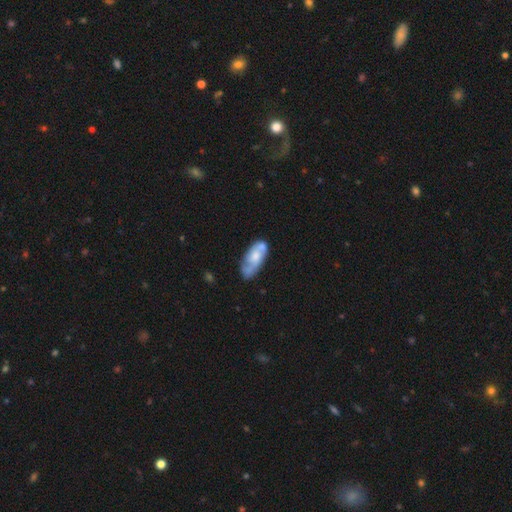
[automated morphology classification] Smooth or featured?
  - featured or disk: 57% *
  - smooth: 38%
  - star or artifact: 6%
Edge-on disk?
  - no: 90% *
  - yes: 10%
Bar?
  - no: 70% *
  - weak: 26%
  - strong: 4%
Spiral arms?
  - yes: 80% *
  - no: 20%
Bulge size?
  - moderate: 46% *
  - small: 26%
  - large: 15%
  - none: 12%
  - dominant: 2%
Merging?
  - none: 61% *
  - minor disturbance: 24%
  - merger: 8%
  - major disturbance: 7%